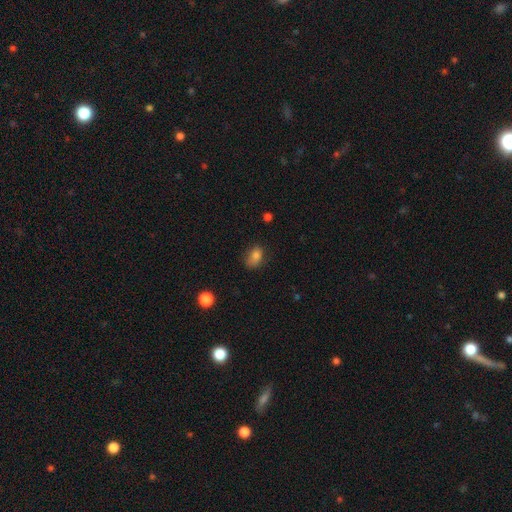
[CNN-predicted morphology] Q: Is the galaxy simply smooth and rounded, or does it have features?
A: smooth — 82%.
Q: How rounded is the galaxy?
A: in between — 82%.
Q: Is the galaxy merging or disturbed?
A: none — 66%.